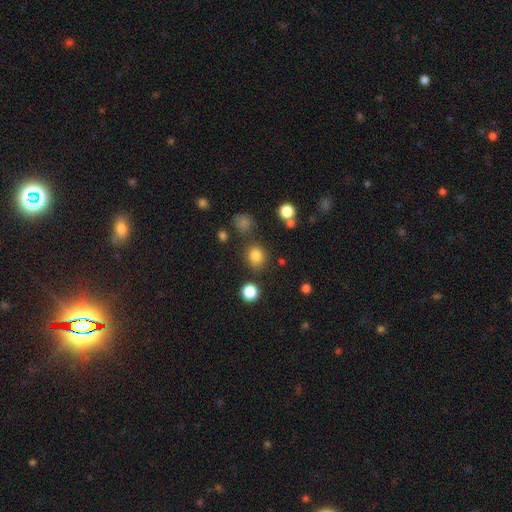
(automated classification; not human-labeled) This is clearly a smooth galaxy (82%). How rounded: likely round (79%). Merging: clearly none (81%).